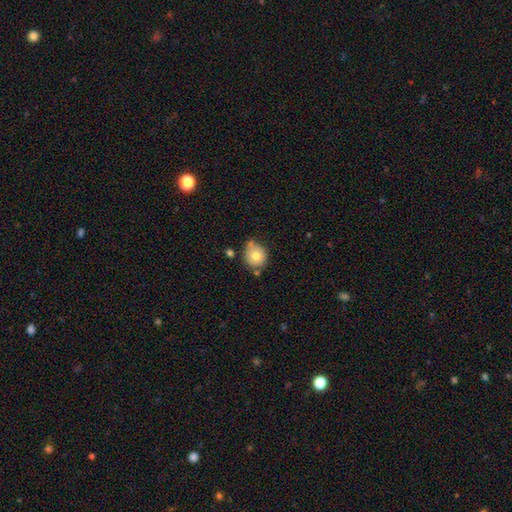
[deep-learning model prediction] The model was most divided on "merging": none: 58%, minor disturbance: 25%, merger: 12%, major disturbance: 5%. More confident: how rounded — round (82%); smooth or featured — smooth (75%).